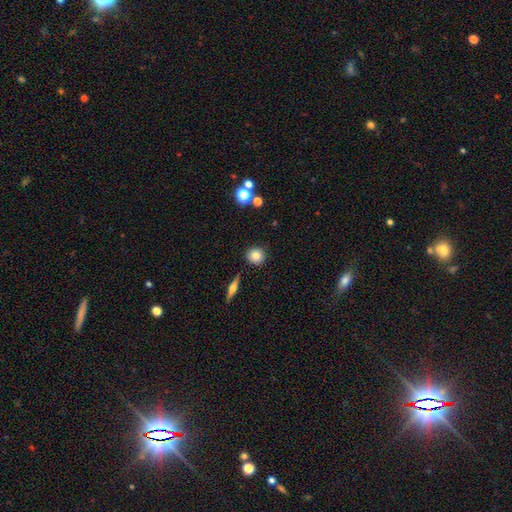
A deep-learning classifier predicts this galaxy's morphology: type=smooth (82%); roundness=round (91%); merging=none (87%).